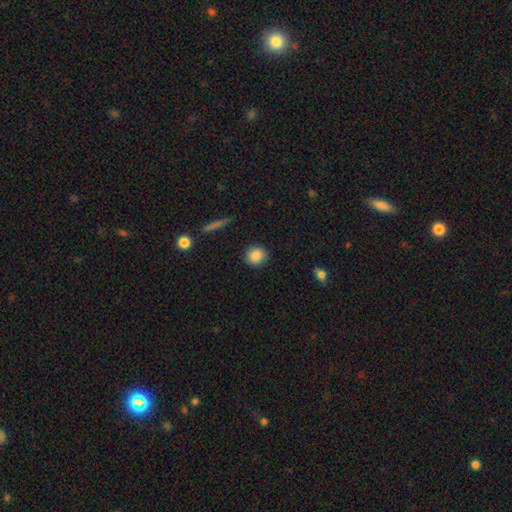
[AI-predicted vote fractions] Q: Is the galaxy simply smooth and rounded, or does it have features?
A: smooth — 87%.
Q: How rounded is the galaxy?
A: round — 89%.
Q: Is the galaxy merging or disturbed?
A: none — 91%.